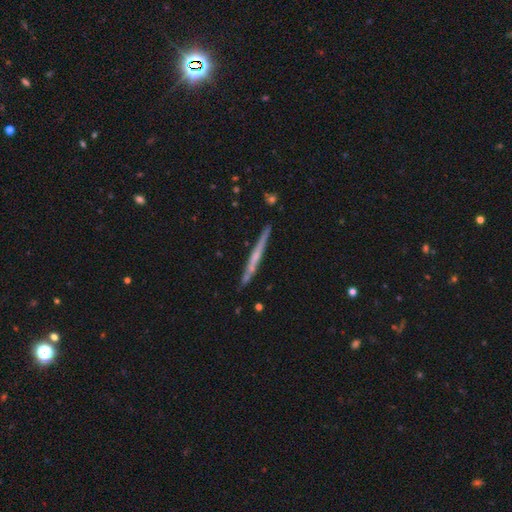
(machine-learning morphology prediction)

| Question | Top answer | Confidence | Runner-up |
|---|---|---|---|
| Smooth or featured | featured or disk | 60% | smooth (34%) |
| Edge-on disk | yes | 97% | no (3%) |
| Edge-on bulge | none | 70% | rounded (23%) |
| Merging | none | 87% | minor disturbance (9%) |